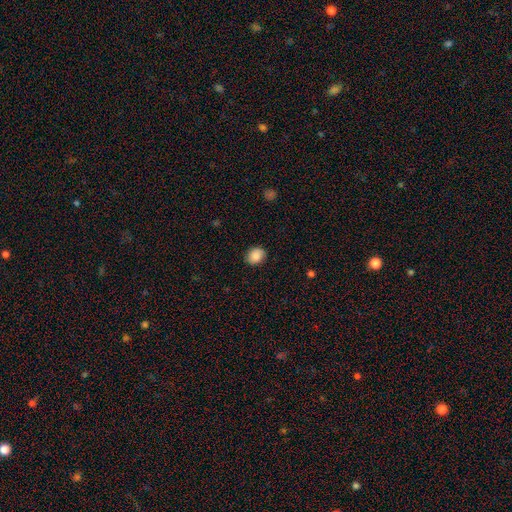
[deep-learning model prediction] The model was most divided on "how rounded": round: 62%, in between: 37%, cigar-shaped: 1%. More confident: smooth or featured — smooth (88%); merging — none (86%).